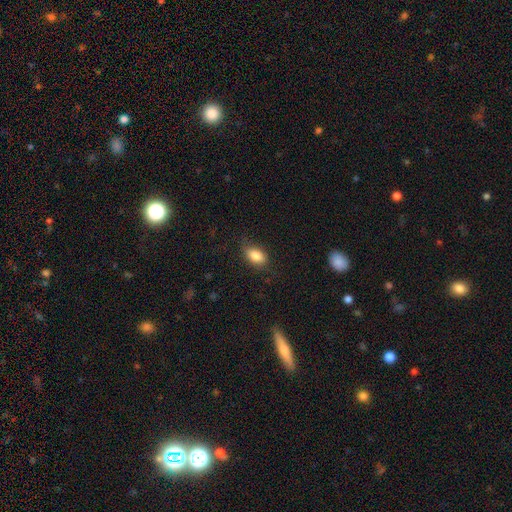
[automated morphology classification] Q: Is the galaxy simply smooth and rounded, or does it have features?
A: smooth — 84%.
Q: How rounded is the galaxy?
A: in between — 88%.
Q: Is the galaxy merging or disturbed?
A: none — 75%.